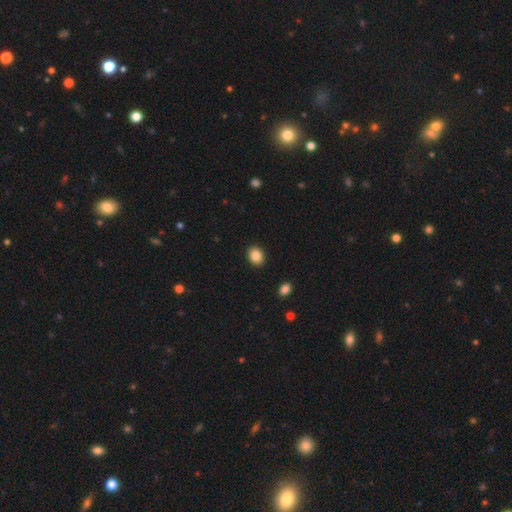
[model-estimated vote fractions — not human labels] Smooth or featured?
  - smooth: 87% *
  - star or artifact: 9%
  - featured or disk: 4%
How rounded?
  - in between: 56% *
  - round: 43%
  - cigar-shaped: 1%
Merging?
  - none: 91% *
  - minor disturbance: 6%
  - major disturbance: 2%
  - merger: 1%